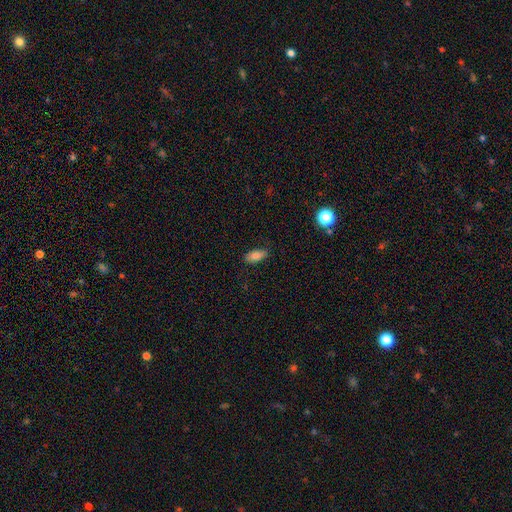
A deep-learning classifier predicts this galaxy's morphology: A smooth galaxy with no disk features (79%) that is in between round and cigar-shaped (89%).

Vote fractions:
- Smooth or featured? smooth: 79% / featured or disk: 14% / star or artifact: 8%
- How rounded? in between: 89% / cigar-shaped: 7% / round: 3%
- Merging? none: 80% / minor disturbance: 16% / major disturbance: 3% / merger: 1%